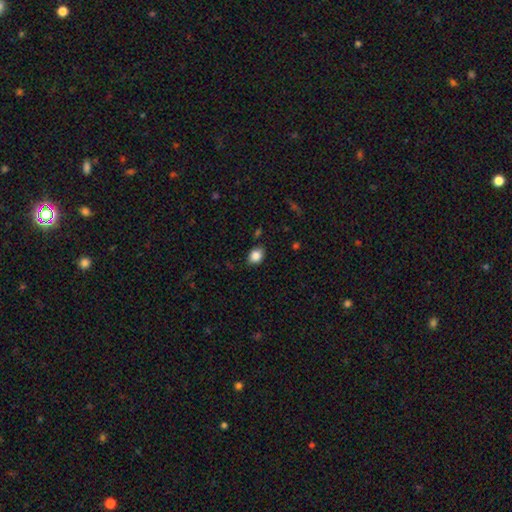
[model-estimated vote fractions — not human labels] Smooth or featured? smooth (86%)
How rounded? in between (59%)
Merging? none (82%)